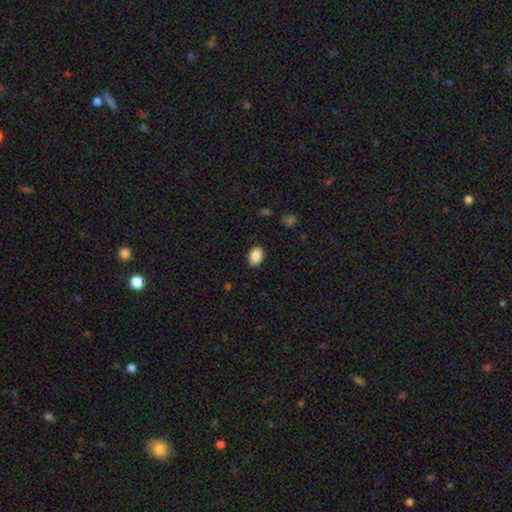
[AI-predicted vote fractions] Smooth or featured?
  - smooth: 89% *
  - star or artifact: 8%
  - featured or disk: 3%
How rounded?
  - in between: 83% *
  - round: 16%
  - cigar-shaped: 1%
Merging?
  - none: 88% *
  - minor disturbance: 9%
  - major disturbance: 2%
  - merger: 1%